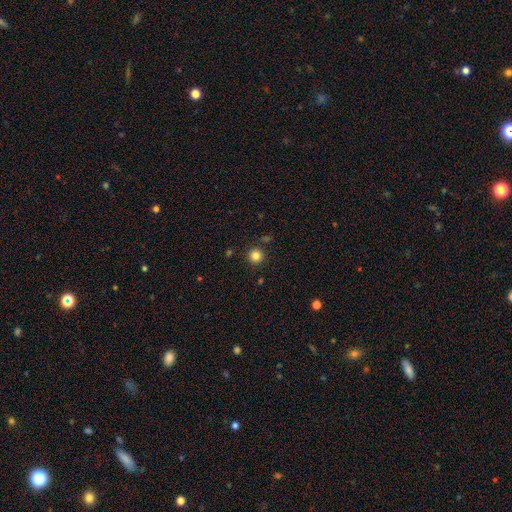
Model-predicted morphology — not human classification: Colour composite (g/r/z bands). It shows a smooth galaxy with no disk features (84%) that is round (95%). Merging: none (90%).